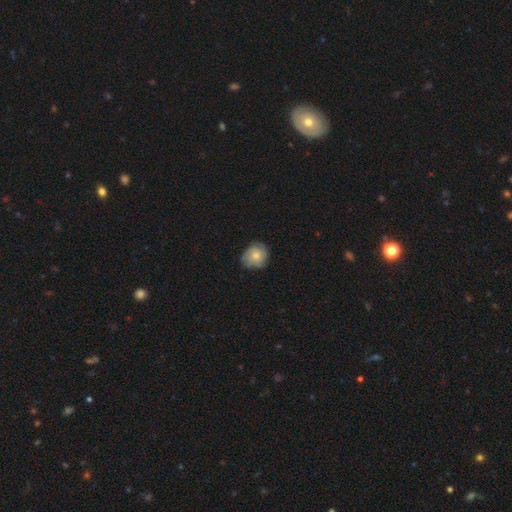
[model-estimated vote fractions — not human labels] The model was most divided on "smooth or featured": smooth: 65%, featured or disk: 28%, star or artifact: 7%. More confident: how rounded — round (79%); merging — none (72%).